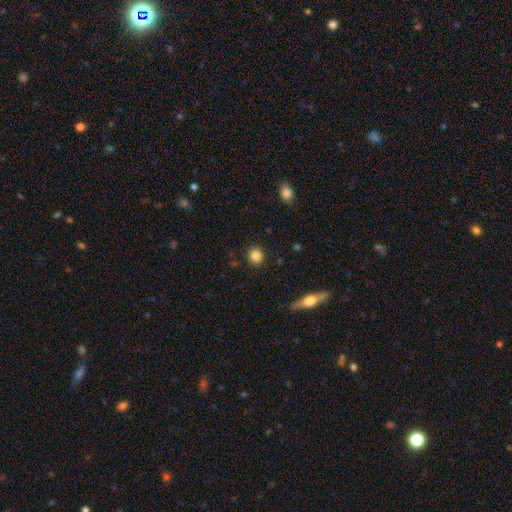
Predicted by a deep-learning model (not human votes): smooth-or-featured: smooth: 85% | star or artifact: 10% | featured or disk: 6%
  how-rounded: round: 87% | in between: 12% | cigar-shaped: 1%
  merging: none: 91% | minor disturbance: 6% | major disturbance: 2% | merger: 1%